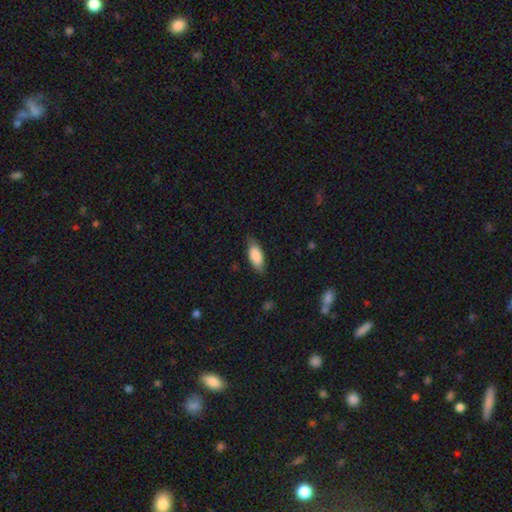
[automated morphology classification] This appears to be a smooth galaxy with no disk features (85%) that is in between round and cigar-shaped (83%). Merging: none (75%).